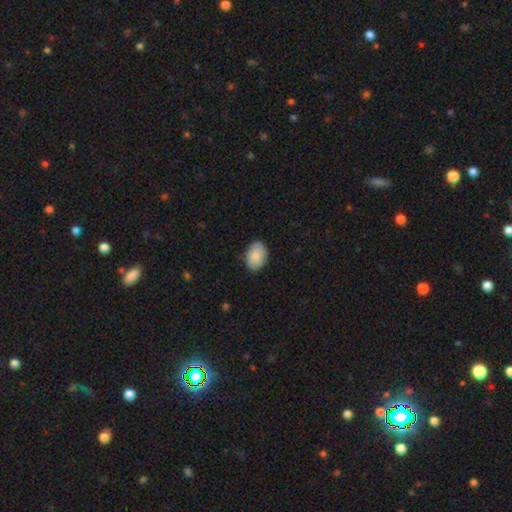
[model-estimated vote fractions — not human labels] This is clearly a smooth galaxy (88%). How rounded: clearly in between (84%). Merging: clearly none (86%).